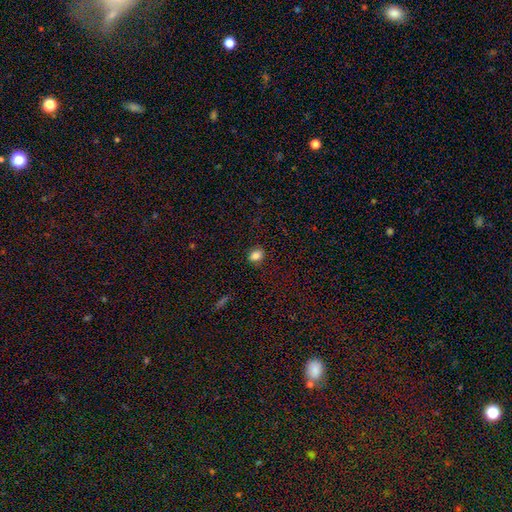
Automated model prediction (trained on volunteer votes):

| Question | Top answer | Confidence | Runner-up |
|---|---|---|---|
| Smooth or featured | smooth | 82% | star or artifact (11%) |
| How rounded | in between | 50% | round (49%) |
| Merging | none | 84% | minor disturbance (12%) |